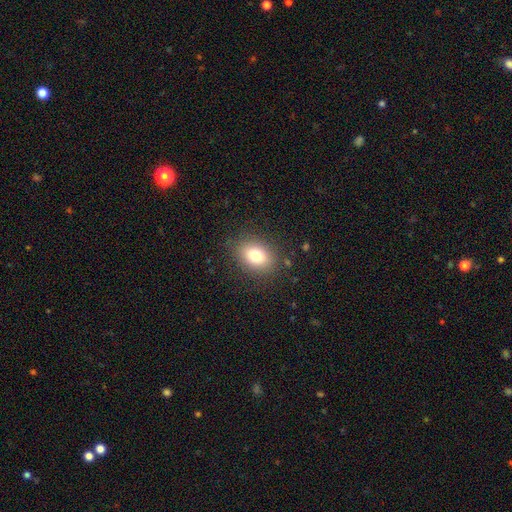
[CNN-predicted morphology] The model was most divided on "how rounded": in between: 65%, round: 34%, cigar-shaped: 1%. More confident: merging — none (84%); smooth or featured — smooth (78%).